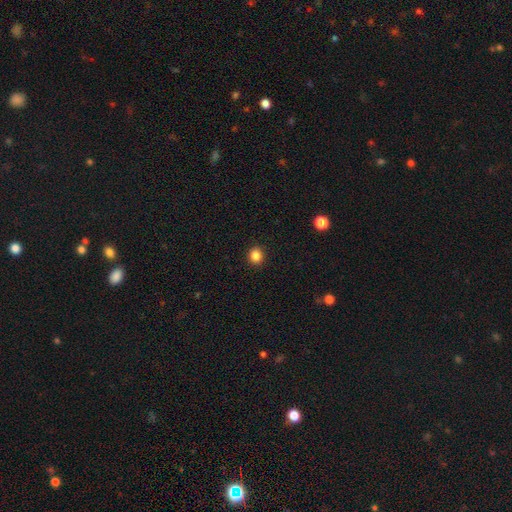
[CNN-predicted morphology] Smooth or featured?
  - smooth: 85% *
  - star or artifact: 11%
  - featured or disk: 4%
How rounded?
  - round: 83% *
  - in between: 17%
  - cigar-shaped: 1%
Merging?
  - none: 92% *
  - minor disturbance: 5%
  - major disturbance: 2%
  - merger: 1%